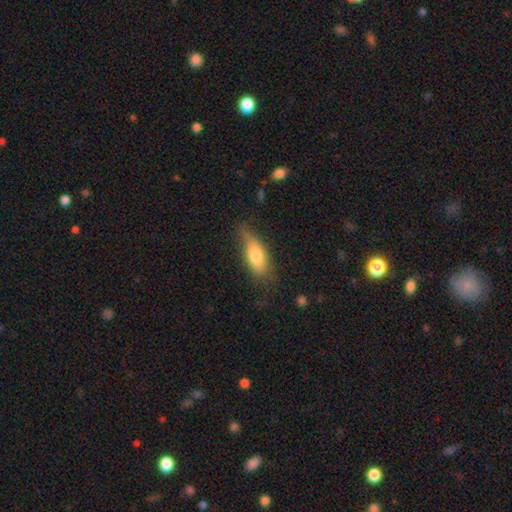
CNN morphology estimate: A smooth galaxy with no disk features (71%) that is in between round and cigar-shaped (71%). Merging: none (56%).